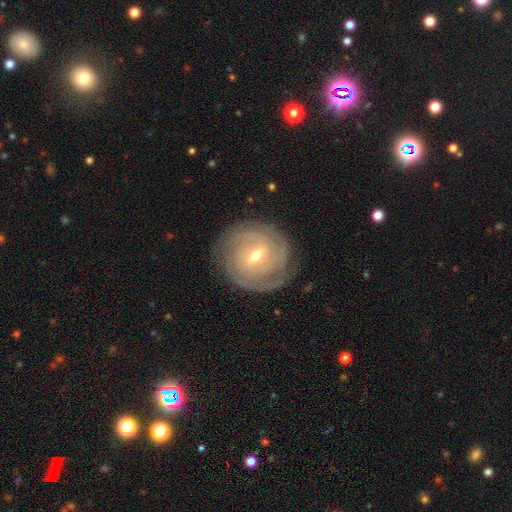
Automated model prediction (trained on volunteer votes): Smooth or featured? featured or disk (82%)
Edge-on disk? no (97%)
Bar? weak (55%)
Spiral arms? yes (94%)
Spiral winding? tight (78%)
Spiral arm count? can't tell (32%)
Bulge size? moderate (56%)
Merging? none (82%)